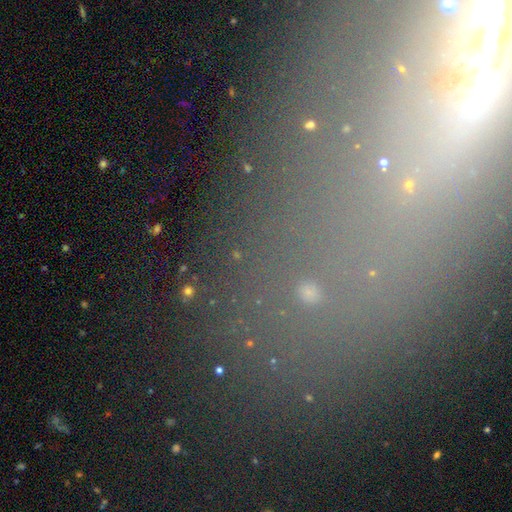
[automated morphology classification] smooth_or_featured: star or artifact (p=0.62) [alt: smooth p=0.21]